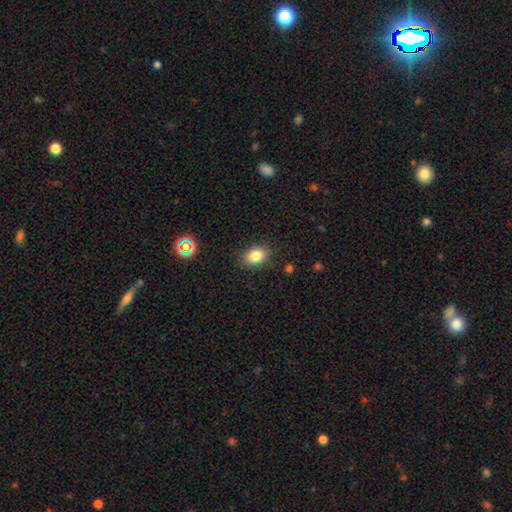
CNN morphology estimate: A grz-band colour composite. It shows a smooth galaxy with no disk features (83%) that is in between round and cigar-shaped (74%). Merging: none (85%).